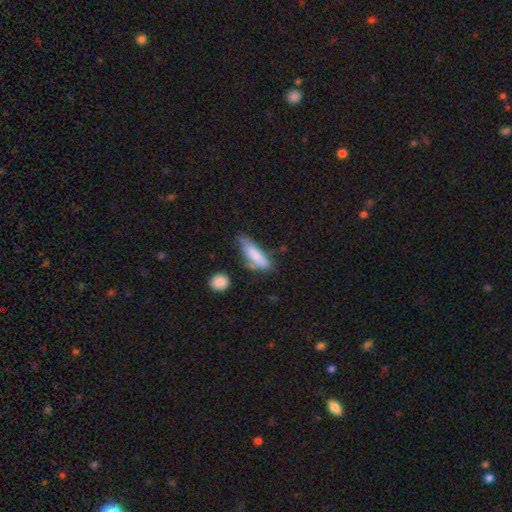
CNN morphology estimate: Smooth or featured?
  - smooth: 75% *
  - featured or disk: 18%
  - star or artifact: 7%
How rounded?
  - cigar-shaped: 55% *
  - in between: 43%
  - round: 2%
Merging?
  - none: 51% *
  - minor disturbance: 31%
  - major disturbance: 11%
  - merger: 8%